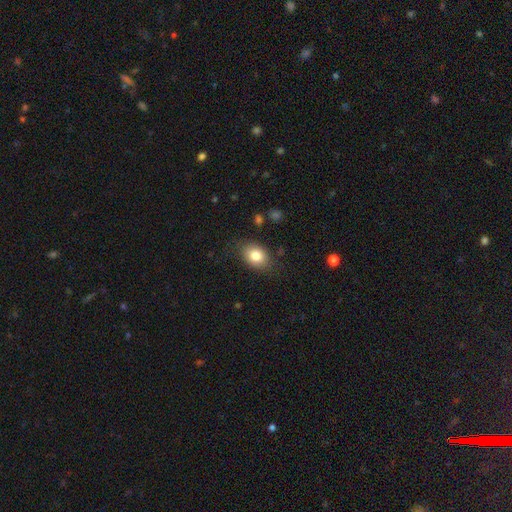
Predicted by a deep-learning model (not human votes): This is clearly a smooth galaxy (81%). How rounded: likely in between (70%). Merging: likely none (80%).